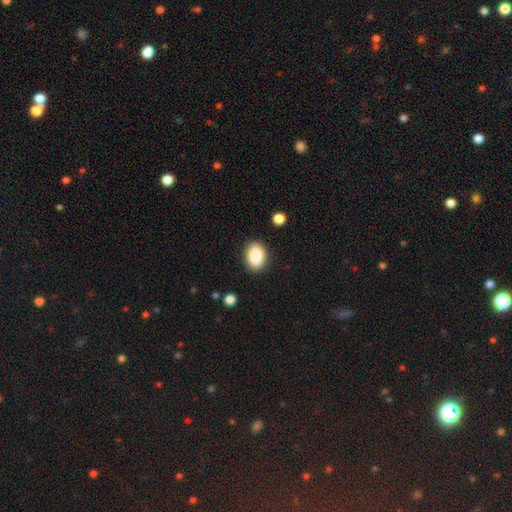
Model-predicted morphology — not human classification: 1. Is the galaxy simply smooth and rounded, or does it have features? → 88% smooth, 7% star or artifact, 4% featured or disk.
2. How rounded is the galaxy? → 81% in between, 18% round, 1% cigar-shaped.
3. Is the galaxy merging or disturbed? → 87% none, 9% minor disturbance, 2% major disturbance, 1% merger.